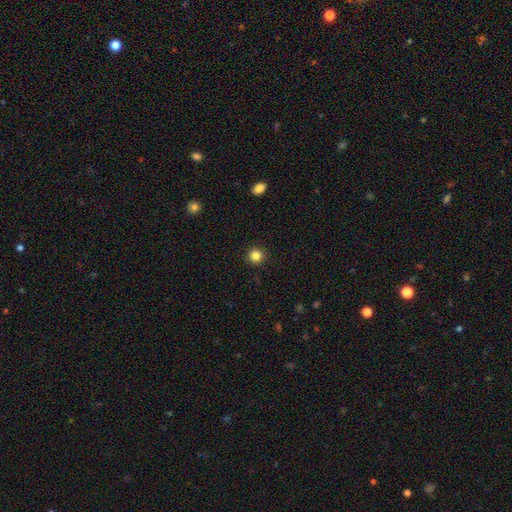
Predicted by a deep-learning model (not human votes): smooth-or-featured: smooth: 84% | star or artifact: 12% | featured or disk: 4%
  how-rounded: round: 95% | in between: 4% | cigar-shaped: 1%
  merging: none: 93% | minor disturbance: 5% | major disturbance: 2% | merger: 1%